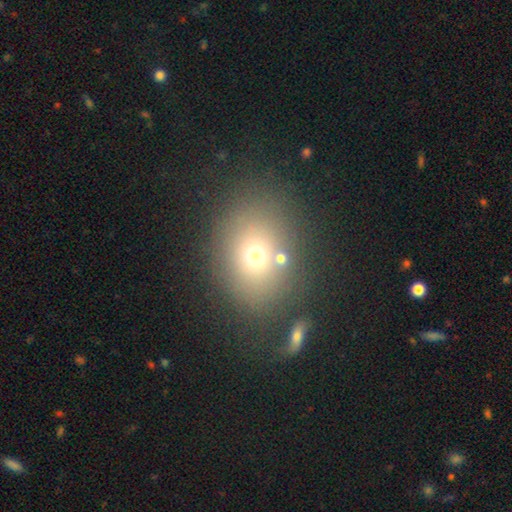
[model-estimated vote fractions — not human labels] smooth 68%, star or artifact 17%, featured or disk 15%. Down the decision tree: how rounded — in between (51%); merging — none (72%).